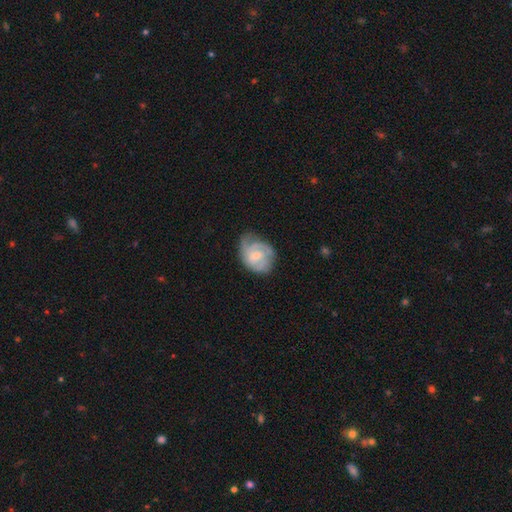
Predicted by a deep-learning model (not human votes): Q: Smooth or featured?
A: featured or disk (67%); runner-up: smooth (27%)
Q: Edge-on disk?
A: no (98%); runner-up: yes (2%)
Q: Bar?
A: no (54%); runner-up: weak (41%)
Q: Spiral arms?
A: yes (87%); runner-up: no (13%)
Q: Spiral winding?
A: tight (48%); runner-up: medium (39%)
Q: Spiral arm count?
A: can't tell (32%); runner-up: 2 (28%)
Q: Bulge size?
A: small (50%); runner-up: moderate (40%)
Q: Merging?
A: none (52%); runner-up: minor disturbance (31%)